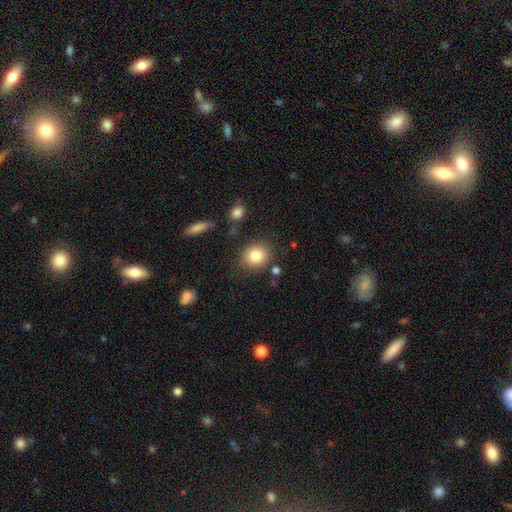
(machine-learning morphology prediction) Smooth or featured: smooth — 83% (star or artifact — 9%)
How rounded: round — 67% (in between — 32%)
Merging: none — 81% (minor disturbance — 11%)